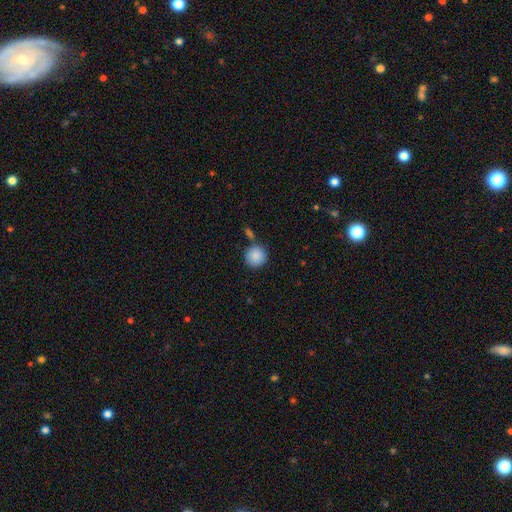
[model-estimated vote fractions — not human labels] smooth-or-featured: smooth: 88% | star or artifact: 8% | featured or disk: 4%
  how-rounded: round: 94% | in between: 5% | cigar-shaped: 1%
  merging: none: 79% | merger: 9% | minor disturbance: 9% | major disturbance: 3%